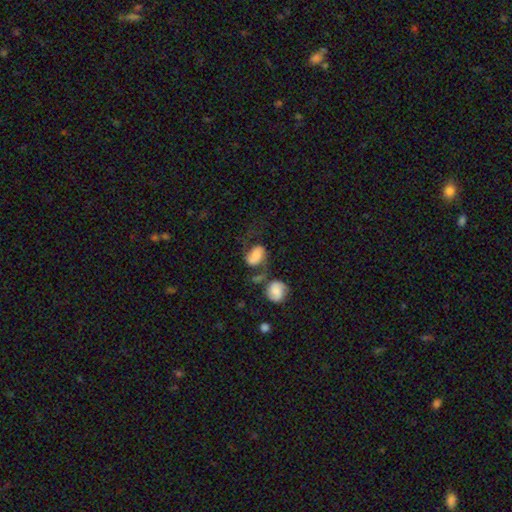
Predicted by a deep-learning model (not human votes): Smooth or featured?
  - smooth: 45% * (tied)
  - featured or disk: 45% * (tied)
  - star or artifact: 9%
Merging?
  - none: 33% *
  - merger: 29%
  - major disturbance: 20%
  - minor disturbance: 18%